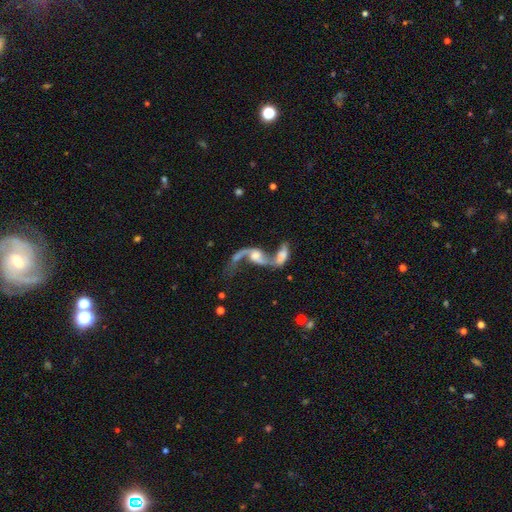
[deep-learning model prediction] Morphology: type=featured or disk (81%); edge-on=no (93%); bar=no (55%); spiral arms=yes (89%); winding=loose (89%); arm count=2 (83%); bulge=moderate (46%); merging=merger (61%).